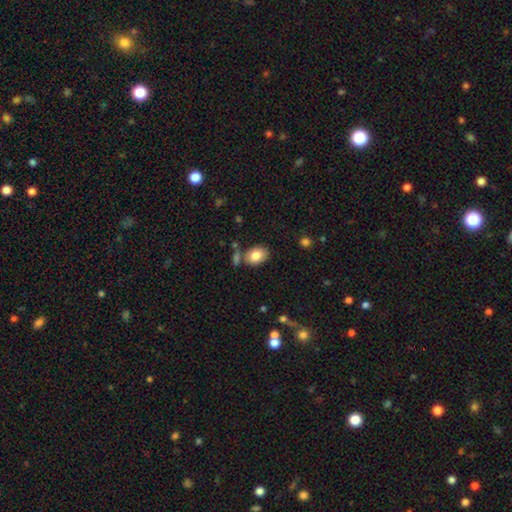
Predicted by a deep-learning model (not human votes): Smooth or featured: smooth — 83% (featured or disk — 9%)
How rounded: in between — 74% (round — 25%)
Merging: none — 71% (minor disturbance — 14%)